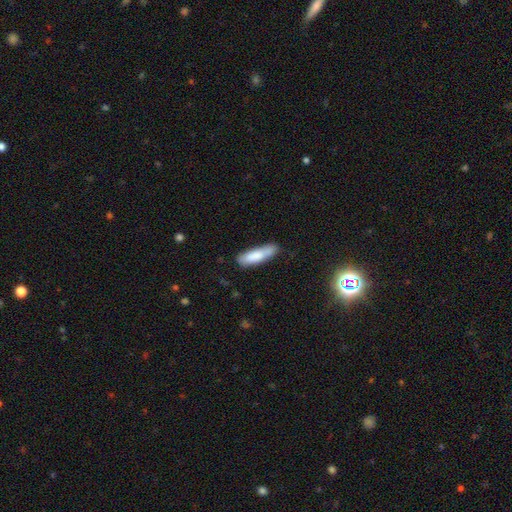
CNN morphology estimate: A smooth galaxy with no disk features (80%) that is cigar-shaped (60%).

Vote fractions:
- Smooth or featured? smooth: 80% / featured or disk: 14% / star or artifact: 6%
- How rounded? cigar-shaped: 60% / in between: 39% / round: 2%
- Merging? none: 67% / minor disturbance: 23% / merger: 6% / major disturbance: 5%